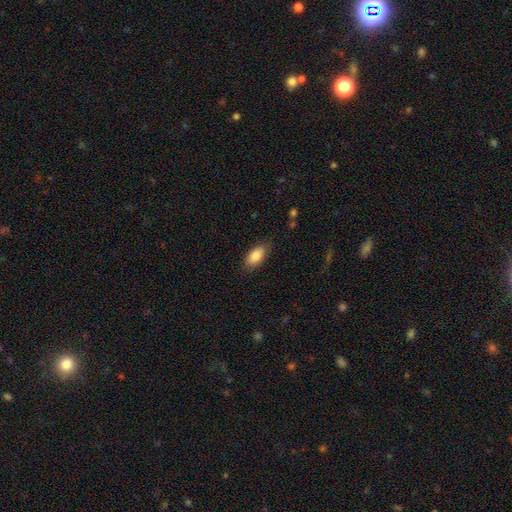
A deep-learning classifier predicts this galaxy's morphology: type=smooth (87%); roundness=in between (91%); merging=none (83%).